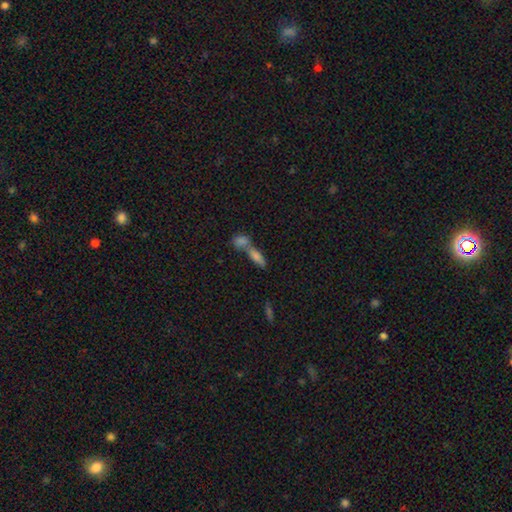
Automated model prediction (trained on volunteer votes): This is likely a smooth galaxy (72%). How rounded: possibly in between (57%). Merging: likely merger (62%).